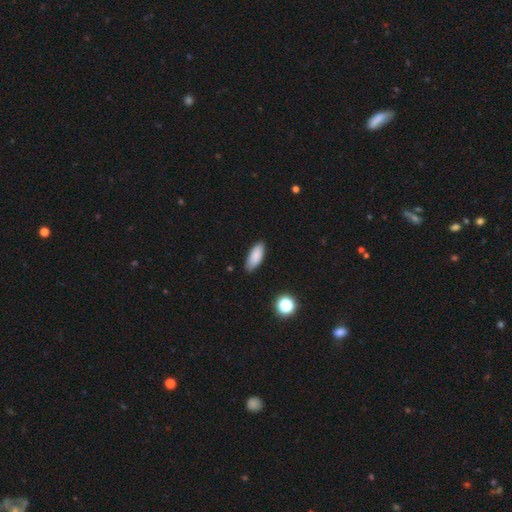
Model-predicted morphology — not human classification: Overall: smooth (87%). How rounded: in between (82%). Merging: none (84%).